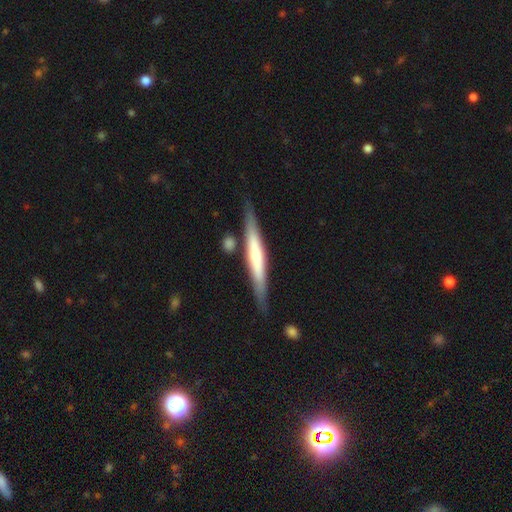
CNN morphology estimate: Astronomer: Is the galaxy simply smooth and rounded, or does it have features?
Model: featured or disk — 53% (runner-up: smooth, 41%).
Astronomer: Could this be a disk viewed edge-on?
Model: yes — 95%.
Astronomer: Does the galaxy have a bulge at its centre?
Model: none — 42% (runner-up: rounded, 41%).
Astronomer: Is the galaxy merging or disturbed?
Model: none — 81%.